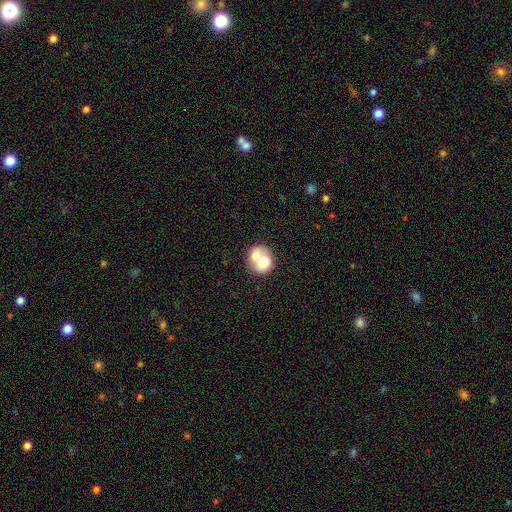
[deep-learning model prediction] This is likely a smooth galaxy (64%). How rounded: likely round (61%). Merging: likely merger (65%).